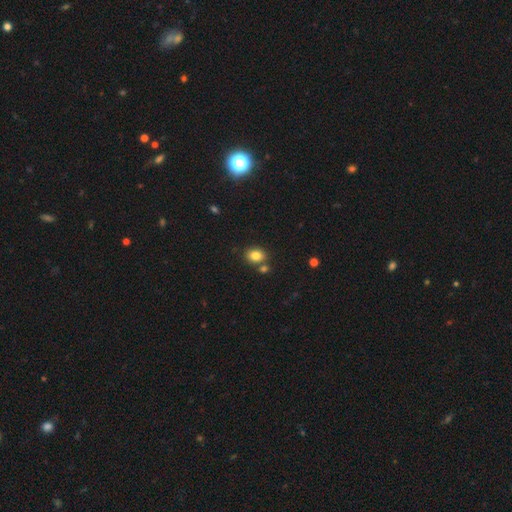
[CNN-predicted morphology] smooth-or-featured: smooth: 82% | star or artifact: 11% | featured or disk: 7%
  how-rounded: in between: 53% | round: 46% | cigar-shaped: 1%
  merging: none: 71% | merger: 15% | minor disturbance: 11% | major disturbance: 3%